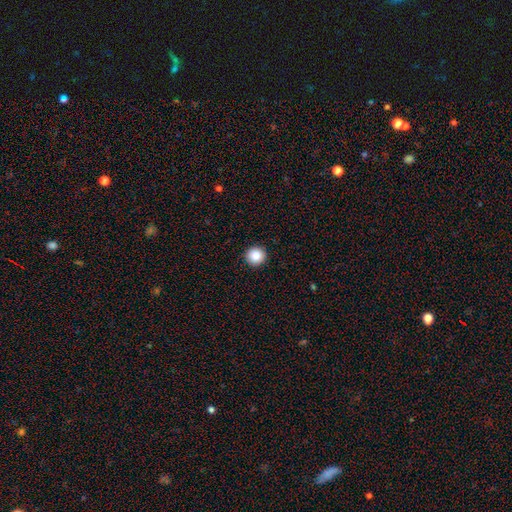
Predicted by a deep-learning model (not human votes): Morphology: type=smooth (85%); roundness=round (95%); merging=none (93%).